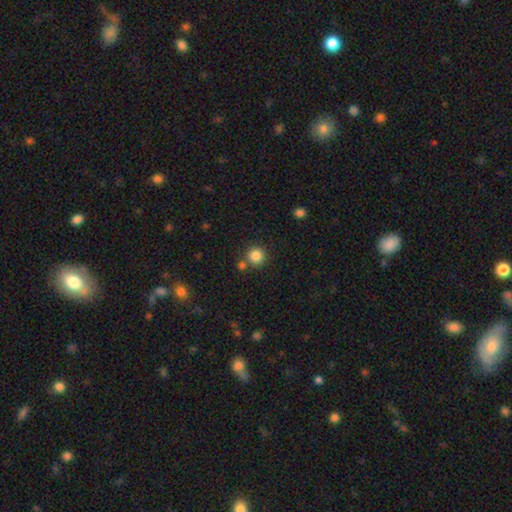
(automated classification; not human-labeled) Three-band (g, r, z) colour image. It shows a smooth galaxy with no disk features (85%) that is round (94%). Merging: none (77%).